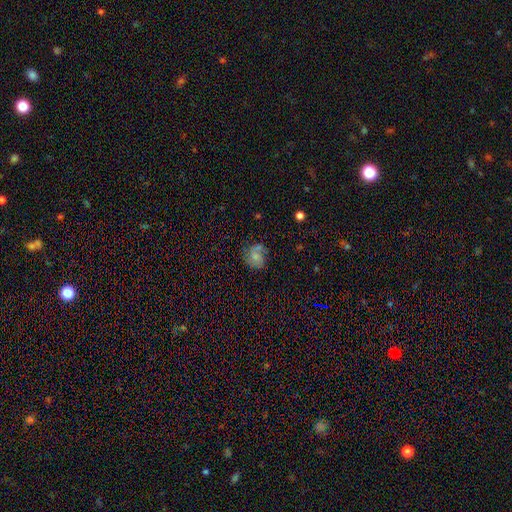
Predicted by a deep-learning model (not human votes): smooth-or-featured: featured or disk: 45% | smooth: 44% | star or artifact: 11%
  merging: none: 55% | minor disturbance: 25% | major disturbance: 15% | merger: 6%